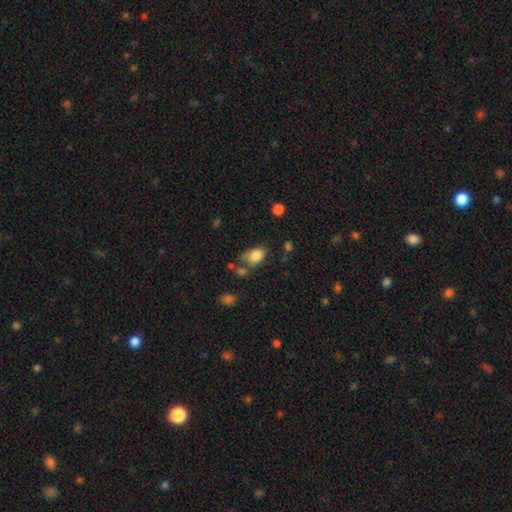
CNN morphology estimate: smooth 83%, star or artifact 9%, featured or disk 8%. Down the decision tree: how rounded — in between (82%); merging — none (53%).